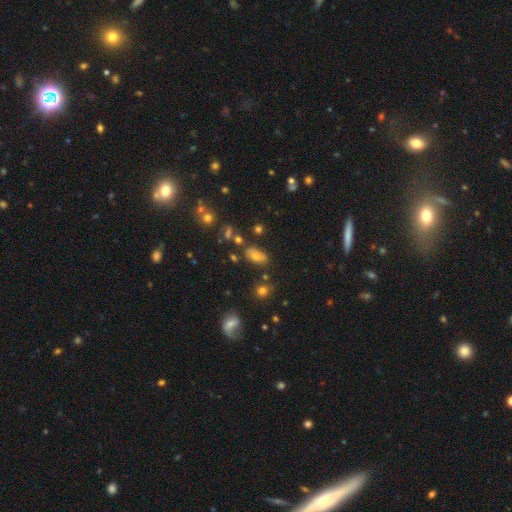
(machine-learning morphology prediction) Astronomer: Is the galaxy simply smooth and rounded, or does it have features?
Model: smooth — 61%.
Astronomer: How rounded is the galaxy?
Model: in between — 85%.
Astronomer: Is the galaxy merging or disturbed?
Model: none — 73%.